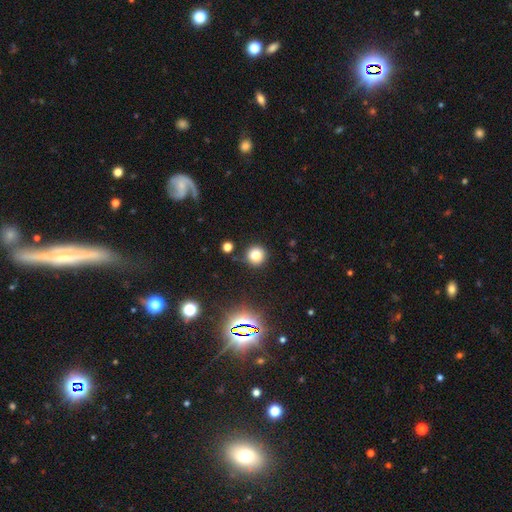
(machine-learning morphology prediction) This appears to be a smooth galaxy with no disk features (77%) that is round (93%). Merging: none (85%).